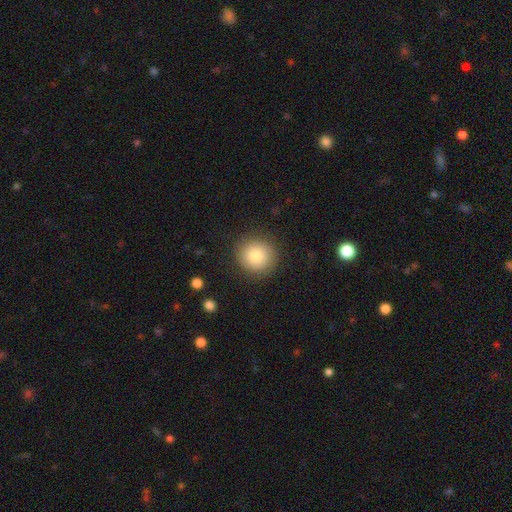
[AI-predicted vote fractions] Smooth or featured?
  - smooth: 80% *
  - featured or disk: 11%
  - star or artifact: 9%
How rounded?
  - round: 92% *
  - in between: 7%
  - cigar-shaped: 1%
Merging?
  - none: 87% *
  - minor disturbance: 9%
  - major disturbance: 3%
  - merger: 1%